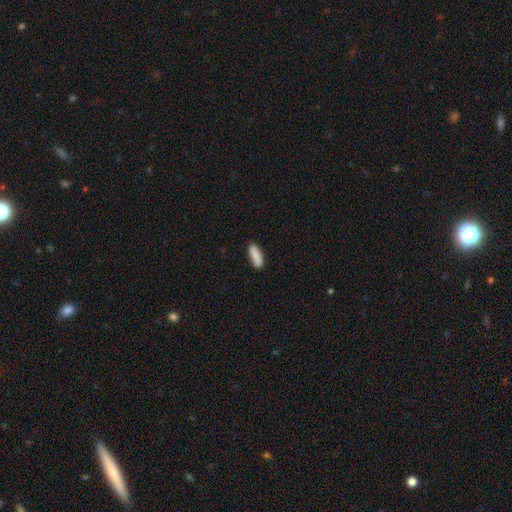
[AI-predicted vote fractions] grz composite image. It shows a smooth galaxy with no disk features (84%) that is in between round and cigar-shaped (63%). Merging: none (79%).